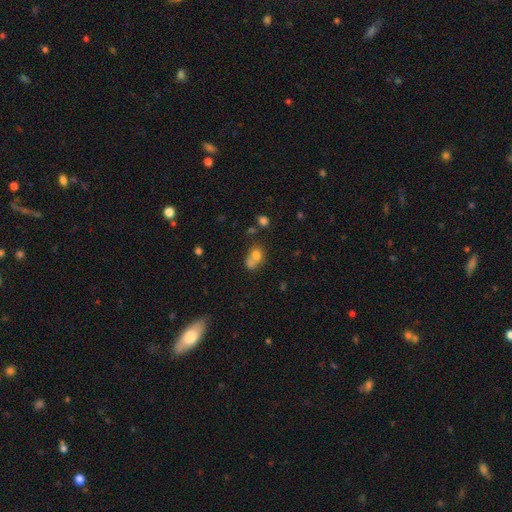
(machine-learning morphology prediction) The model was most divided on "how rounded": in between: 53%, round: 45%, cigar-shaped: 2%. More confident: smooth or featured — smooth (70%); merging — merger (57%).